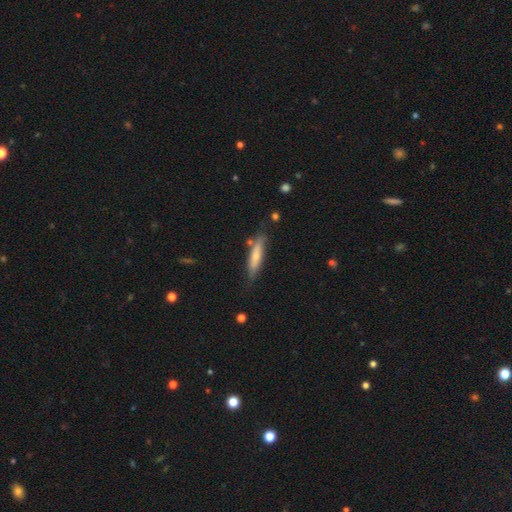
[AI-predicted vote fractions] Smooth or featured?
  - smooth: 63% *
  - featured or disk: 31%
  - star or artifact: 6%
How rounded?
  - cigar-shaped: 81% *
  - in between: 18%
  - round: 2%
Merging?
  - none: 67% *
  - minor disturbance: 23%
  - merger: 5%
  - major disturbance: 5%